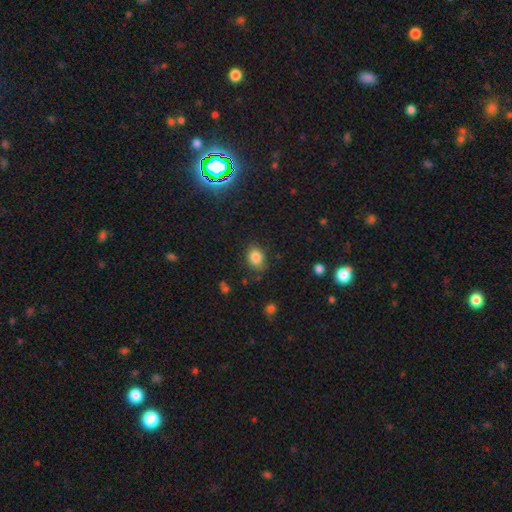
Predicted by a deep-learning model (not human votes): Morphology: type=smooth (83%); roundness=in between (54%); merging=none (76%).